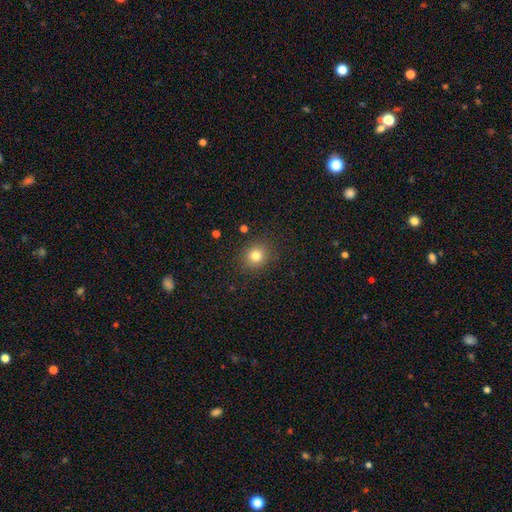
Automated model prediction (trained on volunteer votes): This is likely a smooth galaxy (80%). How rounded: clearly round (84%). Merging: clearly none (88%).